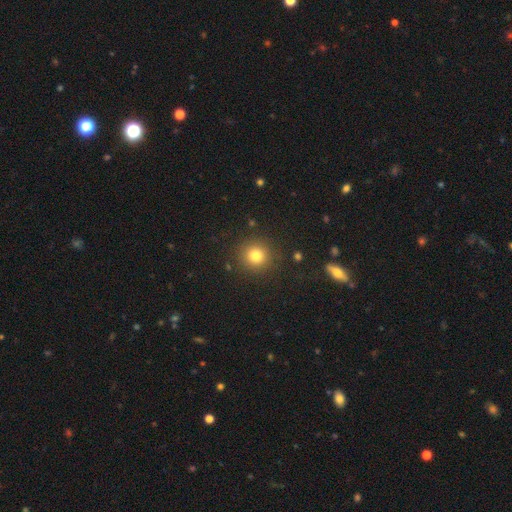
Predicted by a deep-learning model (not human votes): A smooth galaxy with no disk features (79%) that is round (93%).

Vote fractions:
- Smooth or featured? smooth: 79% / star or artifact: 14% / featured or disk: 7%
- How rounded? round: 93% / in between: 6% / cigar-shaped: 1%
- Merging? none: 89% / minor disturbance: 7% / major disturbance: 3% / merger: 2%